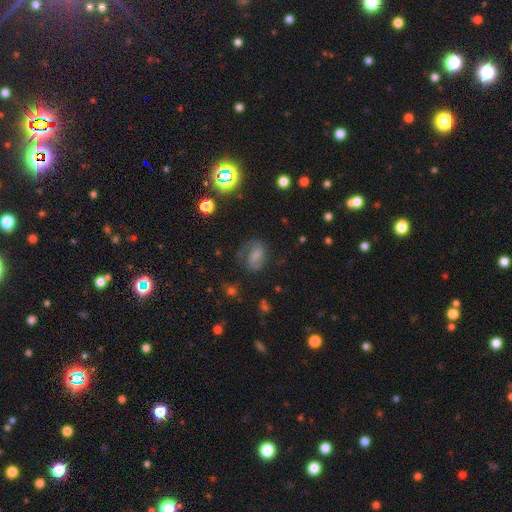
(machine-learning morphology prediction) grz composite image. It shows a featured or disk galaxy (61%) with a weak bar (46%), 2 (77%) medium (51%) spiral arms (89%) and a small central bulge (31%). Merging: none (59%).